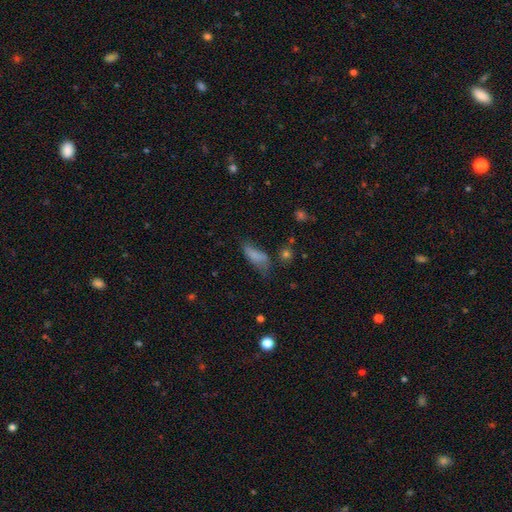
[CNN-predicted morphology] The model was most divided on "merging": none: 39%, minor disturbance: 33%, major disturbance: 22%, merger: 6%. More confident: smooth or featured — smooth (74%); how rounded — in between (68%).